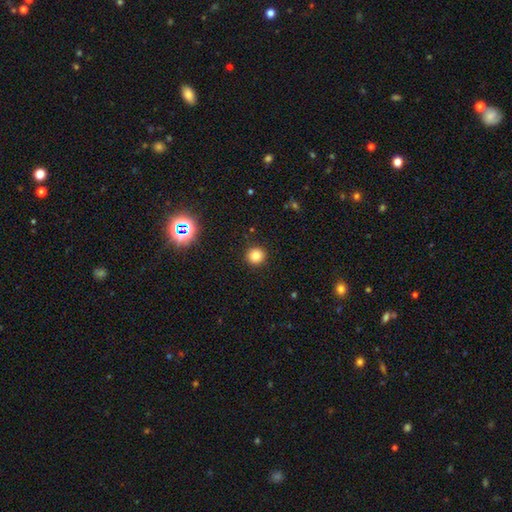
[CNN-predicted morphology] A smooth galaxy with no disk features (81%) that is round (93%). Merging: none (92%).